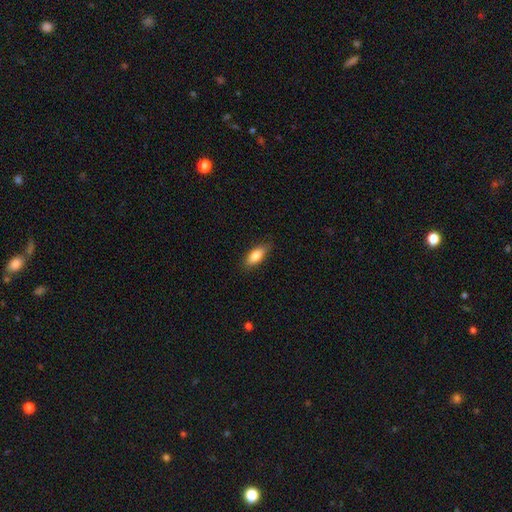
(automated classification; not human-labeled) Smooth or featured? smooth (82%)
How rounded? in between (79%)
Merging? none (81%)